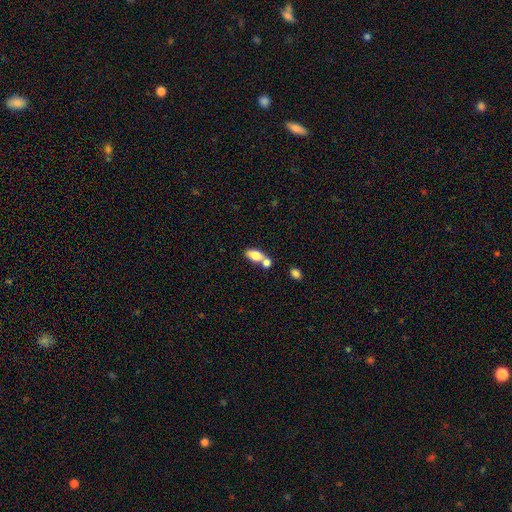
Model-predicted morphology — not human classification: The model was most divided on "merging": merger: 49%, none: 36%, minor disturbance: 10%, major disturbance: 5%. More confident: how rounded — in between (84%); smooth or featured — smooth (76%).